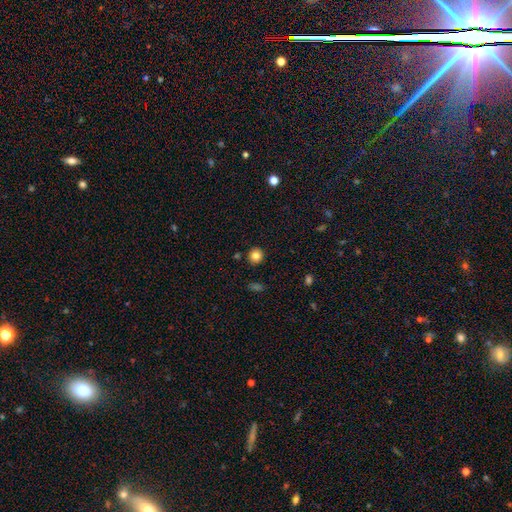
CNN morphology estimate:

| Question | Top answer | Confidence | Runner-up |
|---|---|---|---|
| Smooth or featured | smooth | 83% | star or artifact (11%) |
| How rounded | round | 90% | in between (9%) |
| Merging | none | 90% | minor disturbance (6%) |